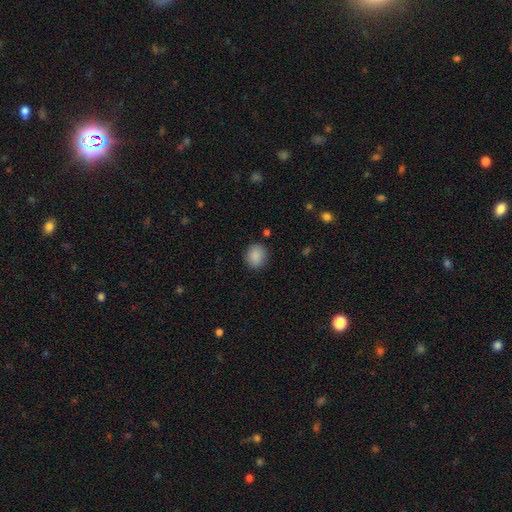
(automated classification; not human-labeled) Smooth or featured?
  - smooth: 89% *
  - star or artifact: 8%
  - featured or disk: 4%
How rounded?
  - round: 70% *
  - in between: 29%
  - cigar-shaped: 1%
Merging?
  - none: 86% *
  - minor disturbance: 10%
  - major disturbance: 3%
  - merger: 2%